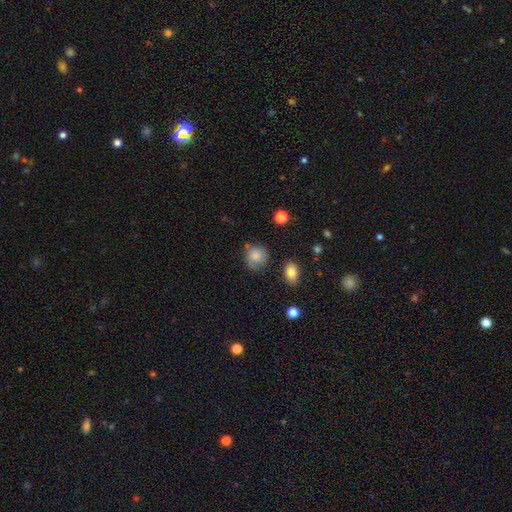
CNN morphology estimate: Smooth or featured? smooth (78%)
How rounded? round (79%)
Merging? none (61%)